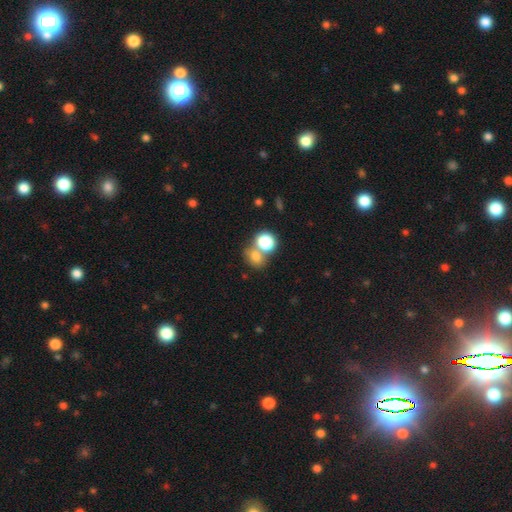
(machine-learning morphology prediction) A smooth galaxy with no disk features (74%) that is round (59%). Merging: none (46%).